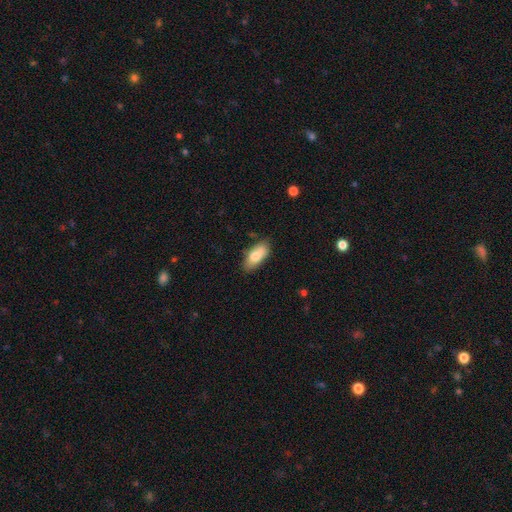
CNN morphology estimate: Smooth or featured?
  - smooth: 78% *
  - featured or disk: 16%
  - star or artifact: 7%
How rounded?
  - in between: 87% *
  - cigar-shaped: 11%
  - round: 3%
Merging?
  - none: 78% *
  - minor disturbance: 17%
  - major disturbance: 3%
  - merger: 2%